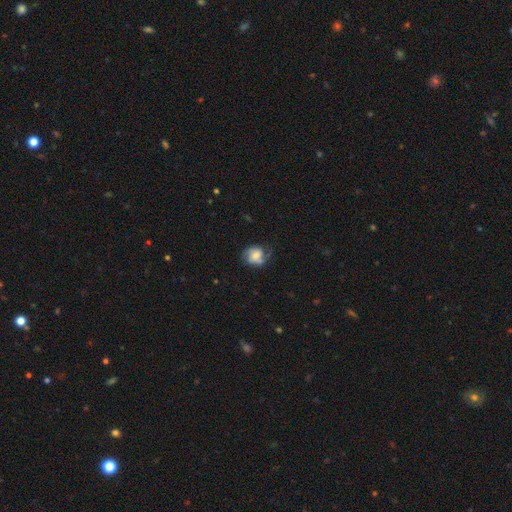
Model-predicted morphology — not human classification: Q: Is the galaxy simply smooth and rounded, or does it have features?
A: featured or disk — 49%.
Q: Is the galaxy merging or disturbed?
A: none — 53%.